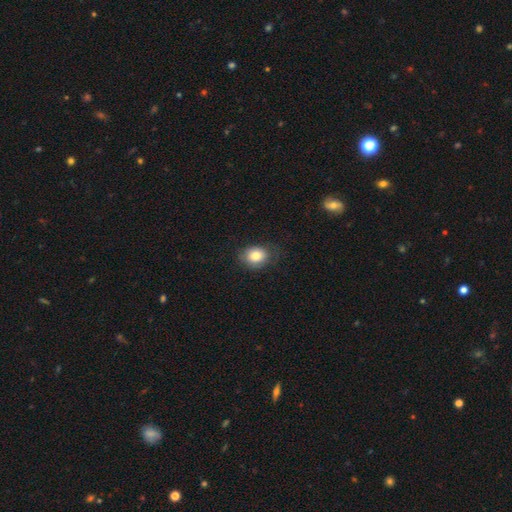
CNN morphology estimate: This appears to be a smooth galaxy with no disk features (82%) that is in between round and cigar-shaped (51%). Merging: none (74%).